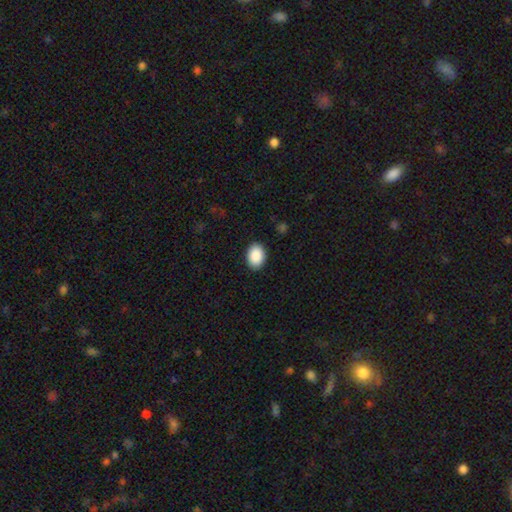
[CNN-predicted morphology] This is clearly a smooth galaxy (90%). How rounded: likely in between (77%). Merging: clearly none (90%).